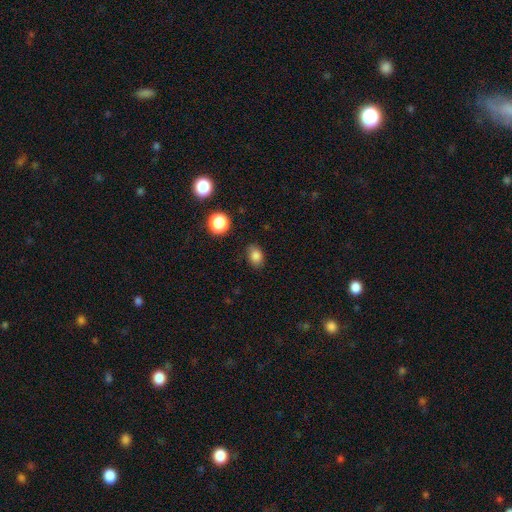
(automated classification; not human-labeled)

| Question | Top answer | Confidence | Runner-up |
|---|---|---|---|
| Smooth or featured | smooth | 83% | star or artifact (11%) |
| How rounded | in between | 74% | round (25%) |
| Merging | none | 82% | minor disturbance (13%) |